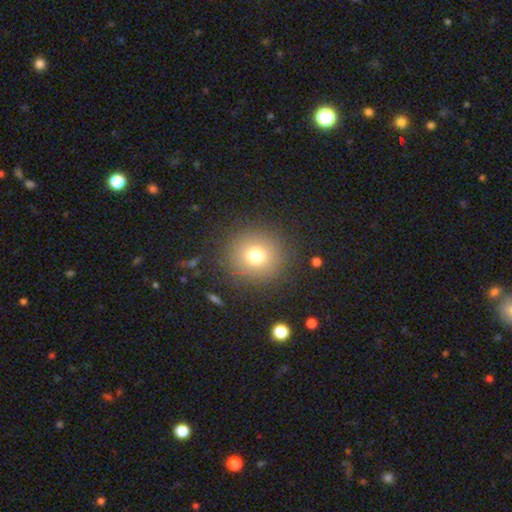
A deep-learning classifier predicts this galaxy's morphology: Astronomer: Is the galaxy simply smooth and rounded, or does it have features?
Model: smooth — 73%.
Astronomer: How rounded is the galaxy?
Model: round — 91%.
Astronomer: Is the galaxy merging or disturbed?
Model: none — 87%.